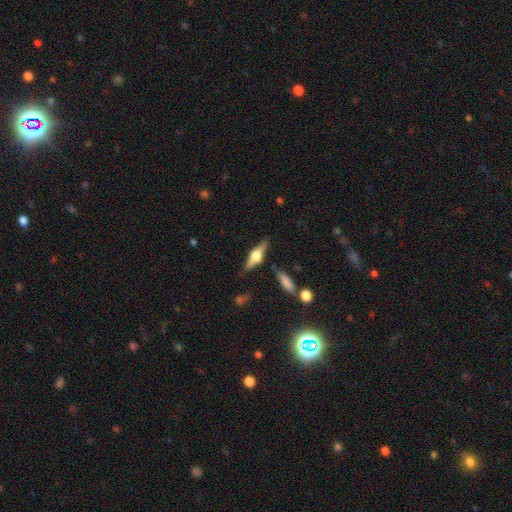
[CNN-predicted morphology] A featured or disk galaxy (71%) viewed edge-on (96%) with a rounded central bulge (93%). Merging: none (80%).